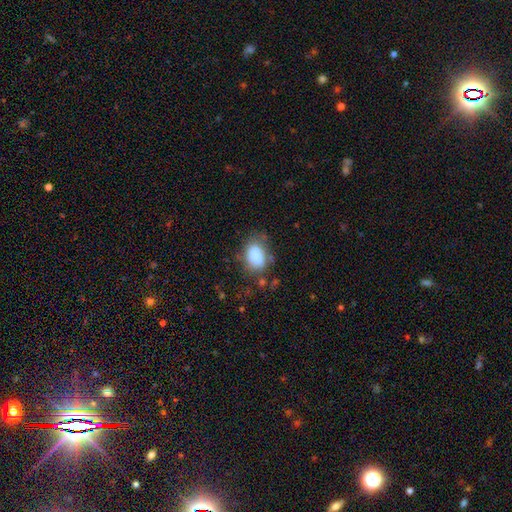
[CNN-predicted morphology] This is clearly a smooth galaxy (84%). How rounded: clearly in between (81%). Merging: possibly none (60%).